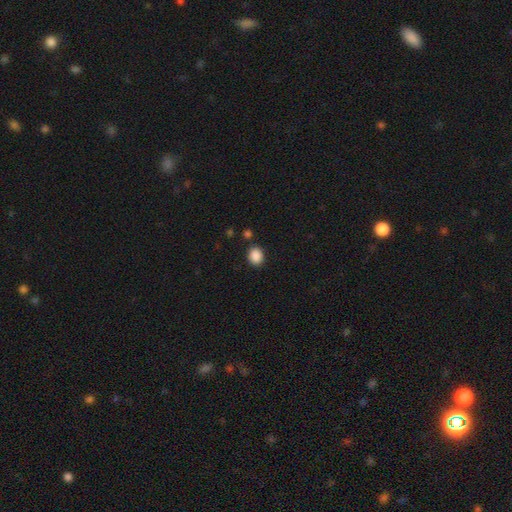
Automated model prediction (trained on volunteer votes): Morphology: type=smooth (88%); roundness=round (51%); merging=none (83%).